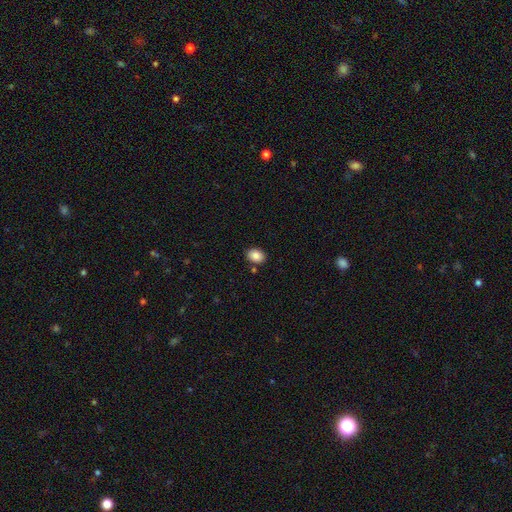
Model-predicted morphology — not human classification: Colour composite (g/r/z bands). It shows a smooth galaxy with no disk features (86%) that is in between round and cigar-shaped (69%). Merging: none (85%).